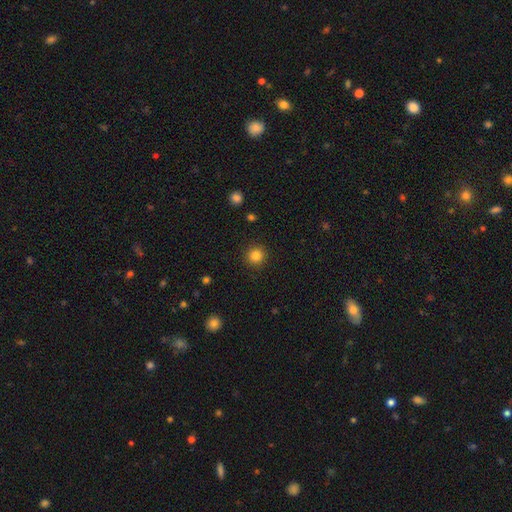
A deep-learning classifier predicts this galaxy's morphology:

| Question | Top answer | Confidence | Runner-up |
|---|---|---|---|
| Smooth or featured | smooth | 84% | star or artifact (11%) |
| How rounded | round | 93% | in between (6%) |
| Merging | none | 90% | minor disturbance (6%) |